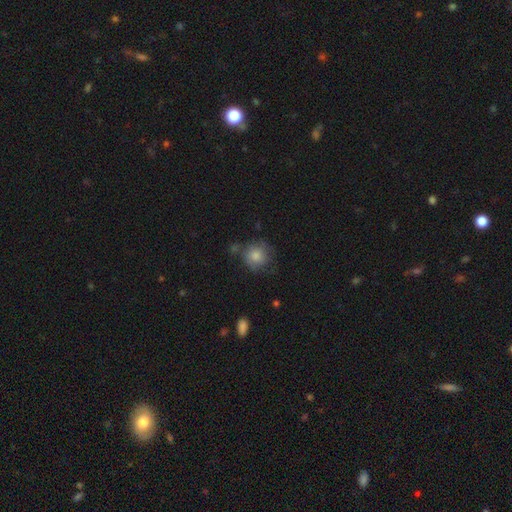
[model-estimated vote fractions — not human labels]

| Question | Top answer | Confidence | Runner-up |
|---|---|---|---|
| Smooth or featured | smooth | 82% | featured or disk (11%) |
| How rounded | round | 88% | in between (11%) |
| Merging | none | 64% | minor disturbance (22%) |